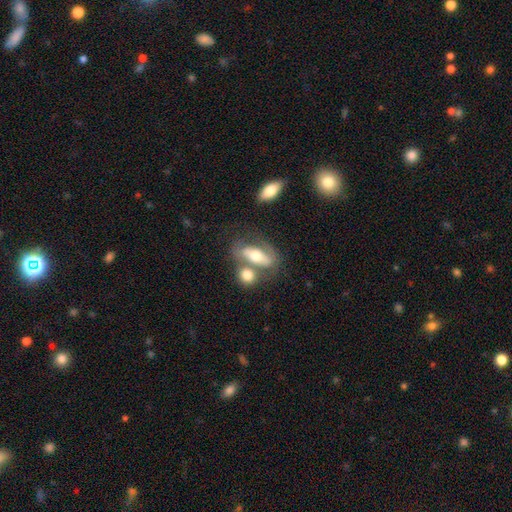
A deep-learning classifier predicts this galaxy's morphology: The model was most divided on "smooth or featured": featured or disk: 49%, smooth: 44%, star or artifact: 7%. Remaining: merging — none (44%).